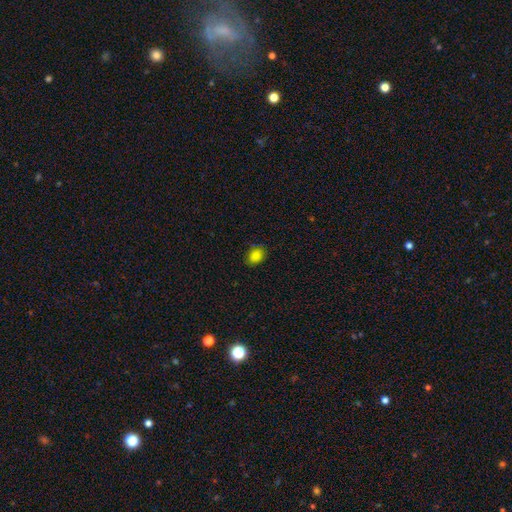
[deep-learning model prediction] A smooth galaxy with no disk features (84%) that is in between round and cigar-shaped (61%).

Vote fractions:
- Smooth or featured? smooth: 84% / star or artifact: 12% / featured or disk: 4%
- How rounded? in between: 61% / round: 38% / cigar-shaped: 1%
- Merging? none: 82% / minor disturbance: 14% / major disturbance: 3% / merger: 1%